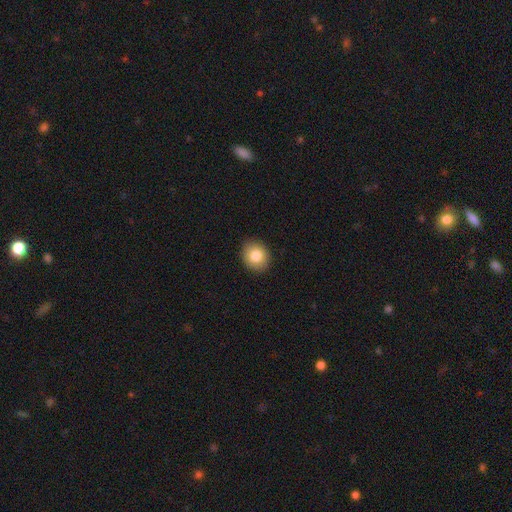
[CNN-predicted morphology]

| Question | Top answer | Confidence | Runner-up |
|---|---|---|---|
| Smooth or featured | smooth | 83% | star or artifact (9%) |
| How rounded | round | 71% | in between (28%) |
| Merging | none | 89% | minor disturbance (8%) |